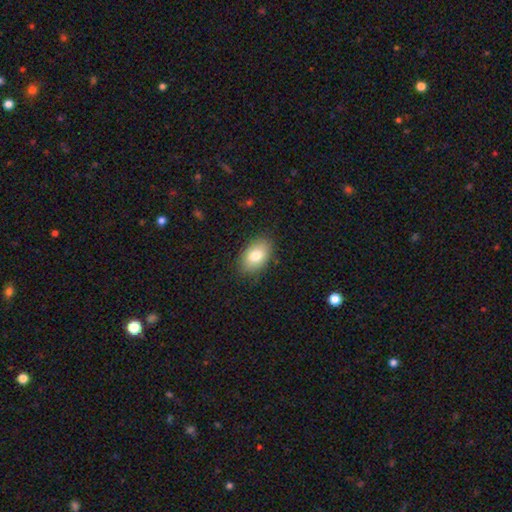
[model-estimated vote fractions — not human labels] Q: Smooth or featured?
A: smooth (79%); runner-up: featured or disk (14%)
Q: How rounded?
A: in between (89%); runner-up: round (10%)
Q: Merging?
A: none (85%); runner-up: minor disturbance (11%)